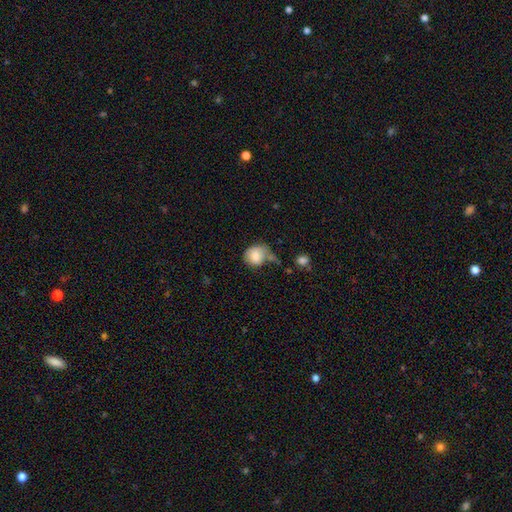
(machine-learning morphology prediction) Smooth or featured: smooth — 83% (featured or disk — 9%)
How rounded: round — 74% (in between — 25%)
Merging: none — 45% (minor disturbance — 28%)